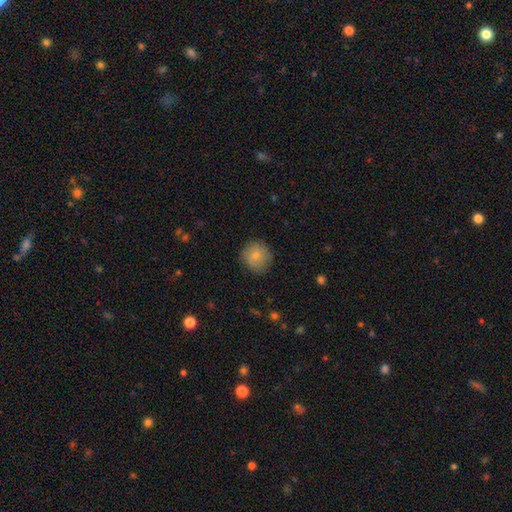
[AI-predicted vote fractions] Smooth or featured?
  - smooth: 82% *
  - featured or disk: 11%
  - star or artifact: 7%
How rounded?
  - round: 92% *
  - in between: 8%
  - cigar-shaped: 1%
Merging?
  - none: 83% *
  - minor disturbance: 13%
  - major disturbance: 3%
  - merger: 1%